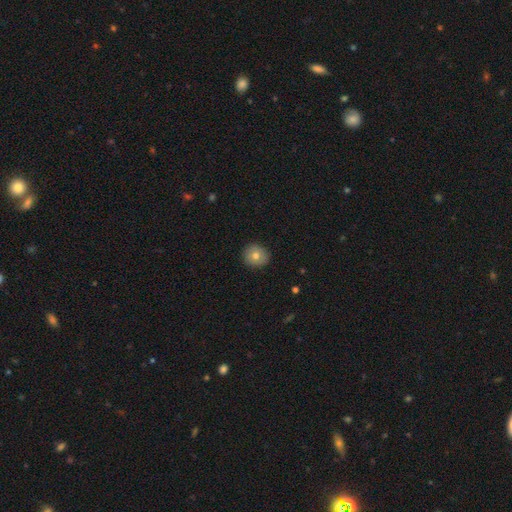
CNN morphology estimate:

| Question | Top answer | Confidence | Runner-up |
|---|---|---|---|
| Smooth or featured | smooth | 76% | featured or disk (15%) |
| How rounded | round | 86% | in between (13%) |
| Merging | none | 90% | minor disturbance (7%) |